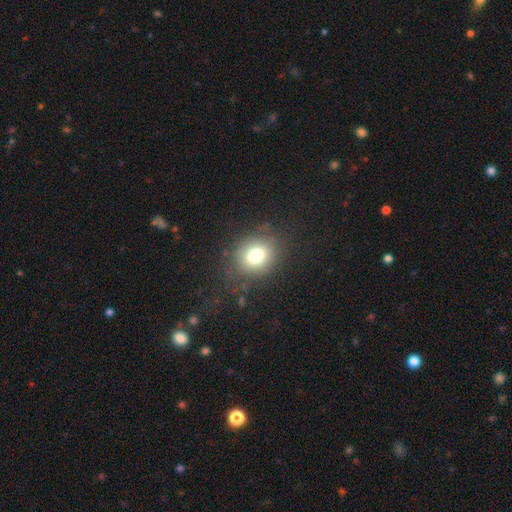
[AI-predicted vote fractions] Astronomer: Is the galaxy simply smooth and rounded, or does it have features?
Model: smooth — 76%.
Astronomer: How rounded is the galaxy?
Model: round — 66%.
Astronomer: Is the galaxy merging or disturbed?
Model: none — 80%.